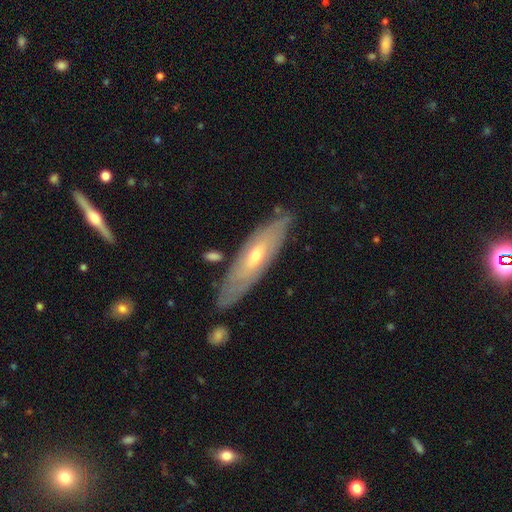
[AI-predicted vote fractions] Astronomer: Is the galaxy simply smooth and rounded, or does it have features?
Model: featured or disk — 59% (runner-up: smooth, 35%).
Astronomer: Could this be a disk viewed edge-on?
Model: no — 59% (runner-up: yes, 41%).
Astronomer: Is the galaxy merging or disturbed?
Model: none — 78%.